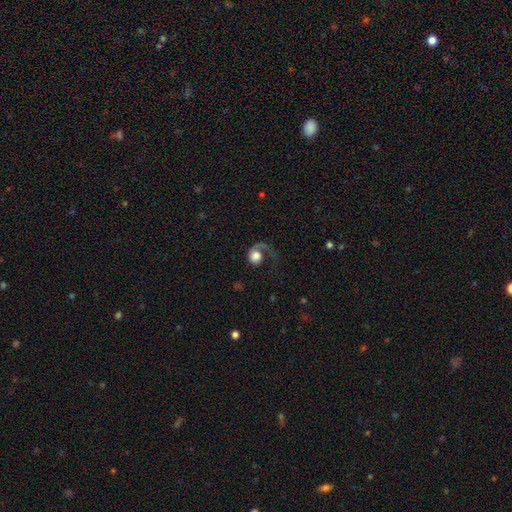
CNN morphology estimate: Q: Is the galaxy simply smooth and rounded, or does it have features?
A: featured or disk — 54%.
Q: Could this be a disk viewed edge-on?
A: no — 97%.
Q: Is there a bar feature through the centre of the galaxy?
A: no — 79%.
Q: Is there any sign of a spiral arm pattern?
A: yes — 87%.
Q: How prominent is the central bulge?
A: large — 43%.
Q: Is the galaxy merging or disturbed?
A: major disturbance — 53%.